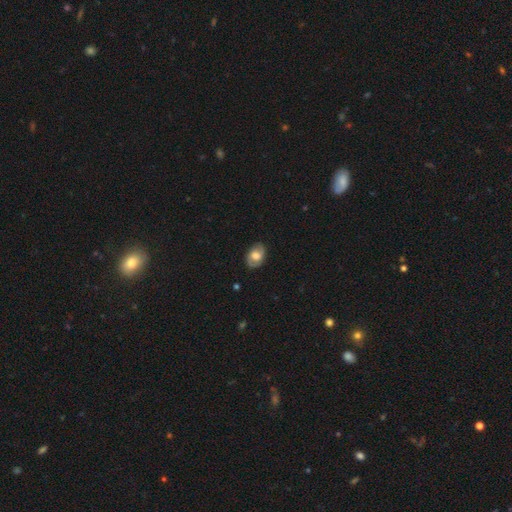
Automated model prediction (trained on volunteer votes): Overall: smooth (54%; featured or disk 38%). How rounded: in between (81%). Merging: none (82%).